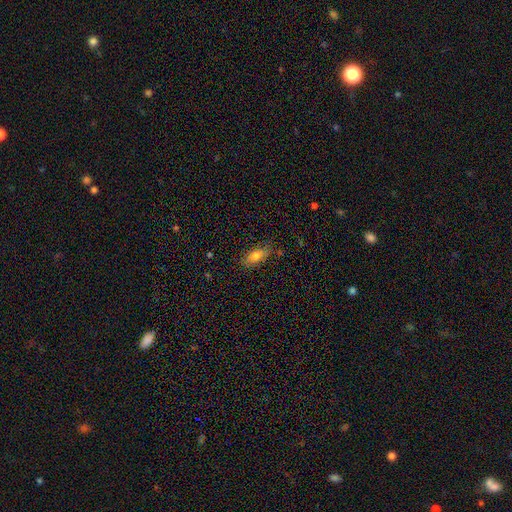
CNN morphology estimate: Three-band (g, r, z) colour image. It shows a smooth galaxy with no disk features (75%) that is in between round and cigar-shaped (79%). Merging: none (78%).